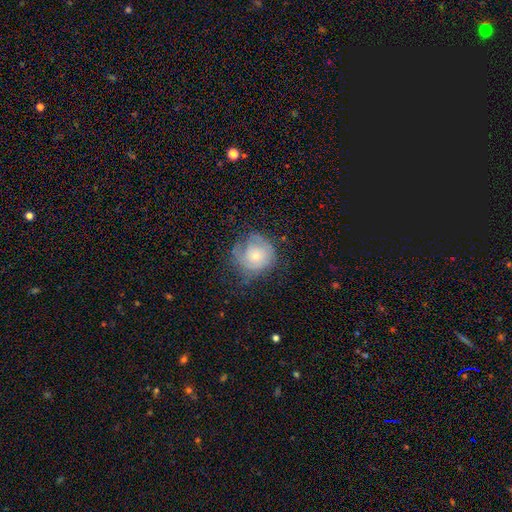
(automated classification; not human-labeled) Q: Smooth or featured?
A: featured or disk (47%); runner-up: smooth (45%)
Q: Merging?
A: none (54%); runner-up: minor disturbance (27%)